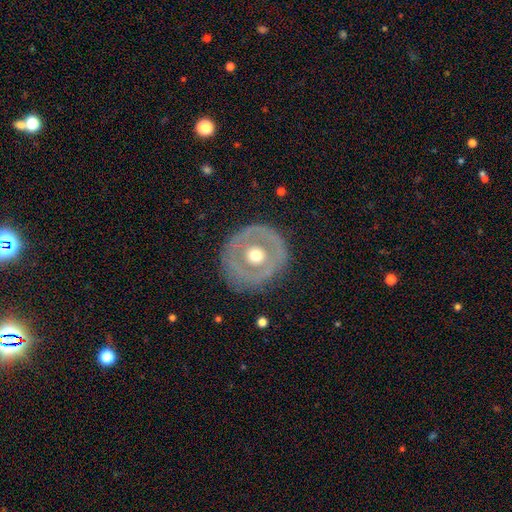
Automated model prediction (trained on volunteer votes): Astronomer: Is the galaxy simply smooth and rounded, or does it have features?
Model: featured or disk — 57% (runner-up: smooth, 37%).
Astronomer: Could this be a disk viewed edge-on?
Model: no — 95%.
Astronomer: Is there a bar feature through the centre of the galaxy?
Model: no — 88%.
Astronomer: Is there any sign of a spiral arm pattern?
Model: no — 87%.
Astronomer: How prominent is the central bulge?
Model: moderate — 76%.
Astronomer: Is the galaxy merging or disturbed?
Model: none — 81%.